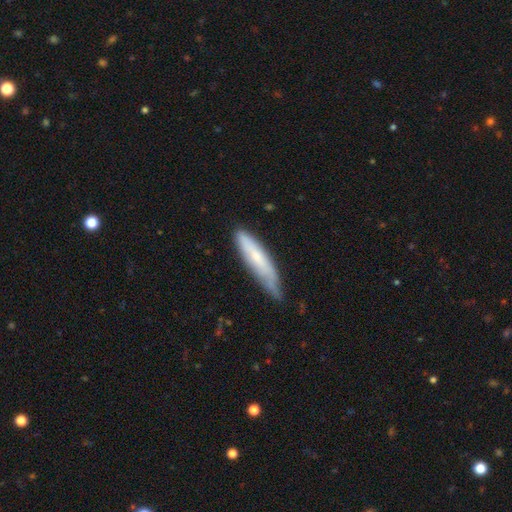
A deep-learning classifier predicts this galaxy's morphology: Smooth or featured? smooth (59%)
How rounded? cigar-shaped (79%)
Merging? none (54%)